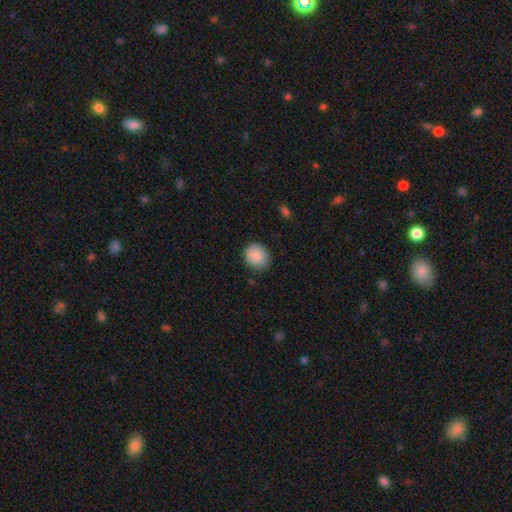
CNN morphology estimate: type=smooth (89%); roundness=round (74%); merging=none (83%).